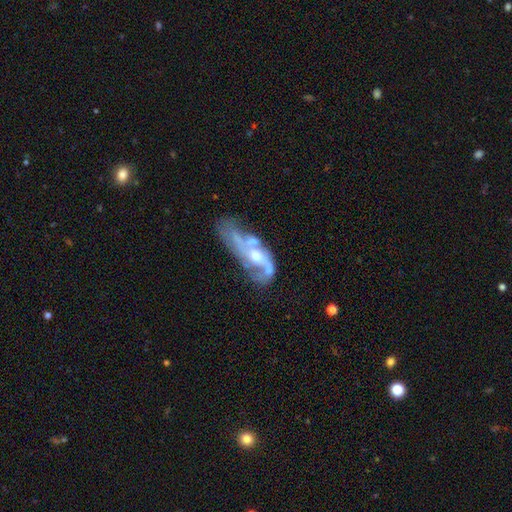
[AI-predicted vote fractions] Q: Smooth or featured?
A: featured or disk (78%); runner-up: smooth (15%)
Q: Edge-on disk?
A: no (93%); runner-up: yes (7%)
Q: Bar?
A: no (66%); runner-up: weak (27%)
Q: Spiral arms?
A: yes (77%); runner-up: no (23%)
Q: Spiral winding?
A: loose (42%); runner-up: medium (39%)
Q: Spiral arm count?
A: 2 (53%); runner-up: can't tell (22%)
Q: Bulge size?
A: moderate (62%); runner-up: small (28%)
Q: Merging?
A: none (30%); runner-up: major disturbance (29%)